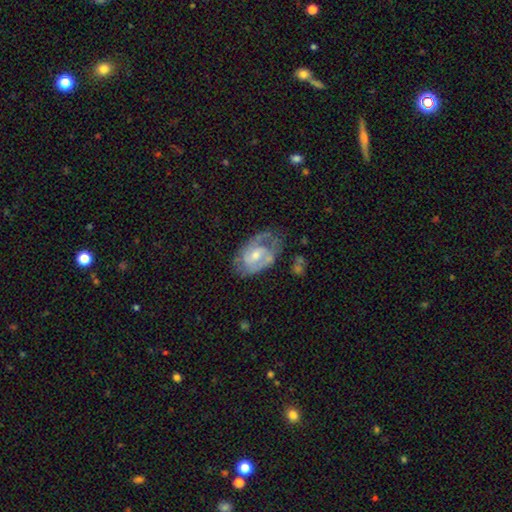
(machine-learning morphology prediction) Smooth or featured: featured or disk — 77% (smooth — 18%)
Edge-on disk: no — 97% (yes — 3%)
Bar: no — 46% (weak — 45%)
Spiral arms: yes — 85% (no — 15%)
Spiral winding: medium — 45% (tight — 39%)
Spiral arm count: 2 — 56% (can't tell — 21%)
Bulge size: moderate — 54% (small — 37%)
Merging: none — 48% (minor disturbance — 29%)